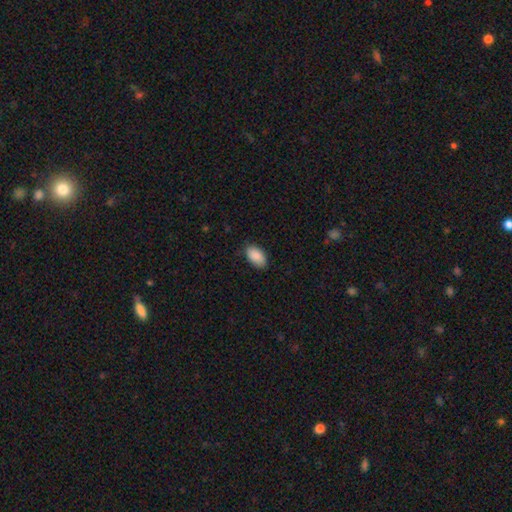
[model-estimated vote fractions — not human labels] A smooth galaxy with no disk features (90%) that is in between round and cigar-shaped (94%). Merging: none (83%).